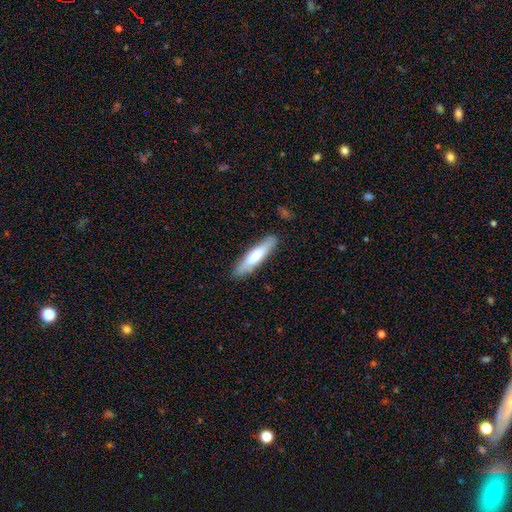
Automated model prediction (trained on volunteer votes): Smooth or featured?
  - smooth: 63% *
  - featured or disk: 32%
  - star or artifact: 5%
How rounded?
  - cigar-shaped: 82% *
  - in between: 17%
  - round: 1%
Merging?
  - none: 86% *
  - minor disturbance: 11%
  - major disturbance: 2%
  - merger: 1%